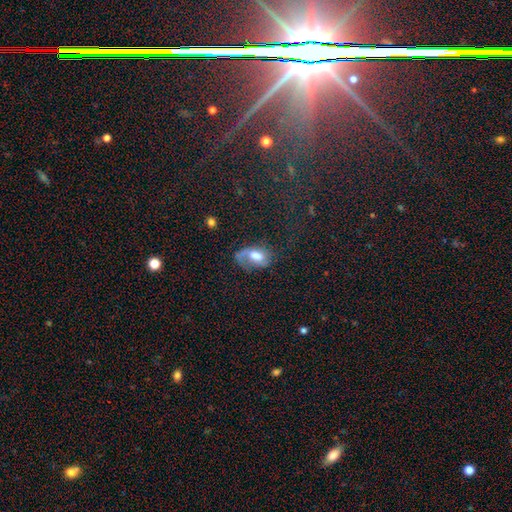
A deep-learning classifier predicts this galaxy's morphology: Smooth or featured? smooth (48%)
Merging? none (40%)